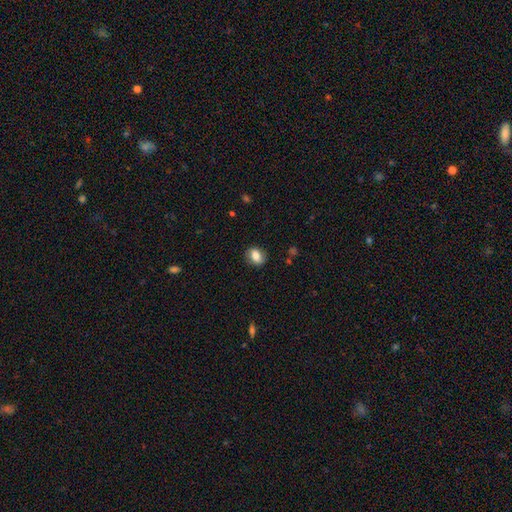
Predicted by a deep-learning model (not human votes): A smooth galaxy with no disk features (72%) that is in between round and cigar-shaped (61%). Merging: none (83%).